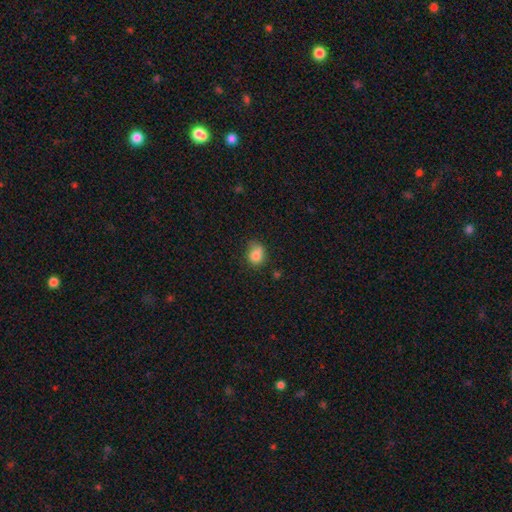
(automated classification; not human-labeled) This appears to be a smooth galaxy with no disk features (80%) that is round (61%). Merging: none (51%).